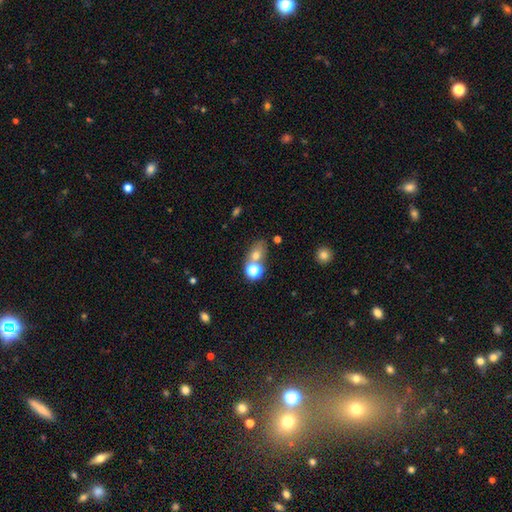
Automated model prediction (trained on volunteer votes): Smooth or featured? smooth (66%)
How rounded? in between (58%)
Merging? none (50%)